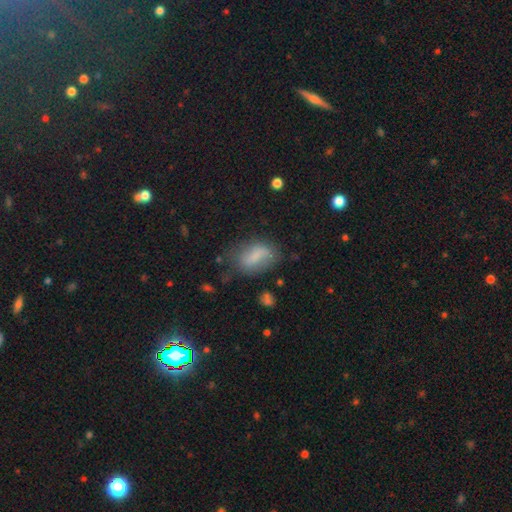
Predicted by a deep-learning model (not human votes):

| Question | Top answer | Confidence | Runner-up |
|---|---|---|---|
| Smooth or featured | smooth | 68% | featured or disk (23%) |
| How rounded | in between | 85% | round (10%) |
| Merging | none | 56% | minor disturbance (27%) |